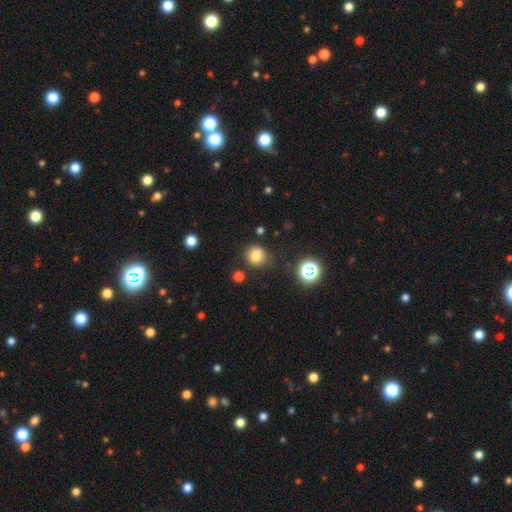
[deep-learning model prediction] Smooth or featured?
  - smooth: 76% *
  - star or artifact: 15%
  - featured or disk: 9%
How rounded?
  - round: 76% *
  - in between: 23%
  - cigar-shaped: 1%
Merging?
  - none: 68% *
  - minor disturbance: 20%
  - merger: 7%
  - major disturbance: 5%